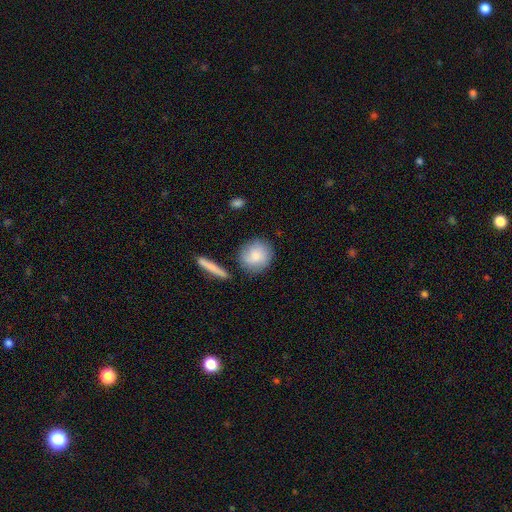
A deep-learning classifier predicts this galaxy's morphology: smooth-or-featured: smooth: 80% | featured or disk: 14% | star or artifact: 6%
  how-rounded: round: 85% | in between: 14% | cigar-shaped: 2%
  merging: none: 78% | minor disturbance: 13% | merger: 6% | major disturbance: 4%